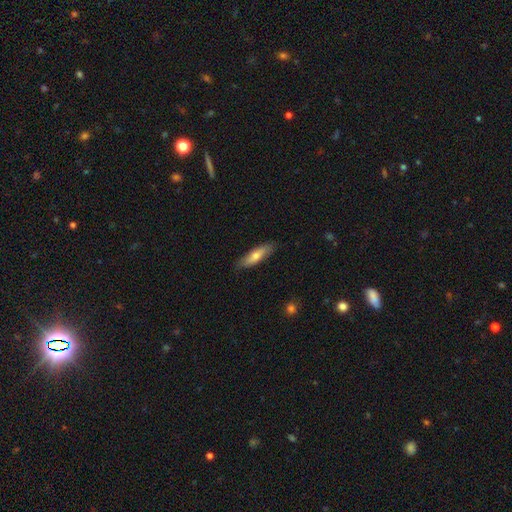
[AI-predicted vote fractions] Smooth or featured? Predicted: smooth (p=0.64). How rounded? Predicted: cigar-shaped (p=0.63). Merging? Predicted: none (p=0.85).